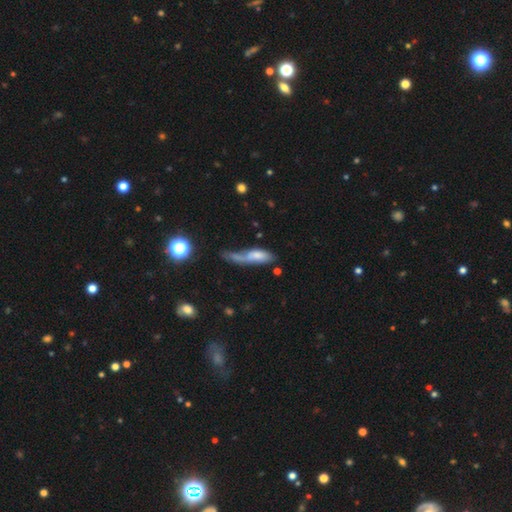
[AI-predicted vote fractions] Overall: smooth (62%; featured or disk 29%). How rounded: in between (57%; cigar-shaped 39%). Merging: major disturbance (31%; merger 29%).